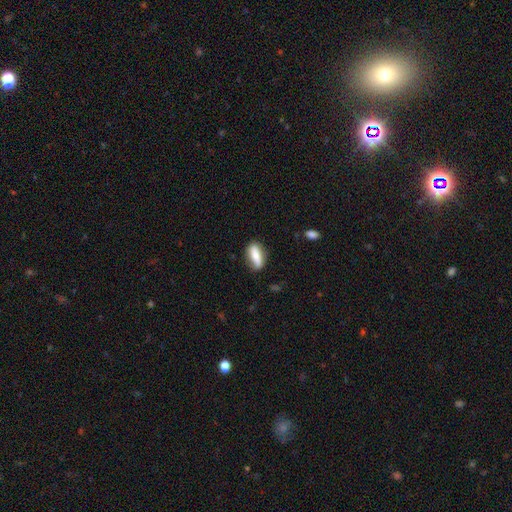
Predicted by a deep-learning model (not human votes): smooth-or-featured: smooth: 67% | featured or disk: 27% | star or artifact: 7%
  how-rounded: in between: 61% | cigar-shaped: 36% | round: 3%
  merging: none: 81% | minor disturbance: 14% | major disturbance: 4% | merger: 2%